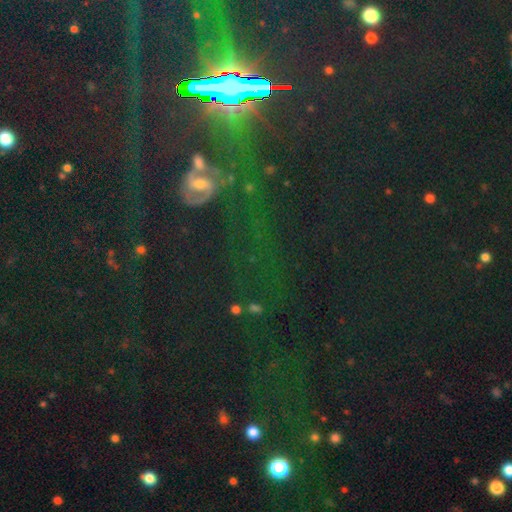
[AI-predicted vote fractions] smooth_or_featured: star or artifact (p=0.76) [alt: smooth p=0.14]